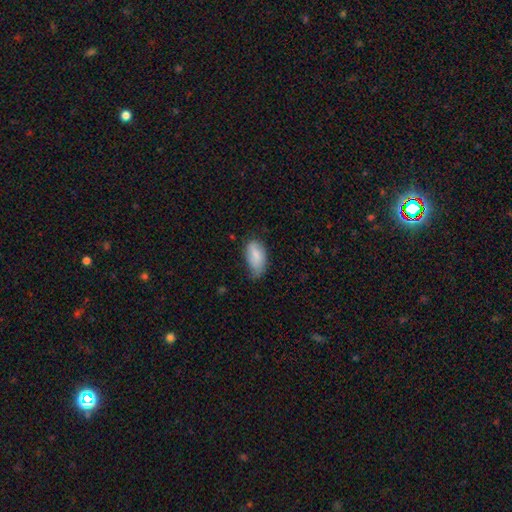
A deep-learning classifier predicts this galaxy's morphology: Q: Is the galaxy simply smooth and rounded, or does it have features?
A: smooth — 82%.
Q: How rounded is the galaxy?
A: in between — 93%.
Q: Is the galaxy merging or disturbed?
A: minor disturbance — 46%.